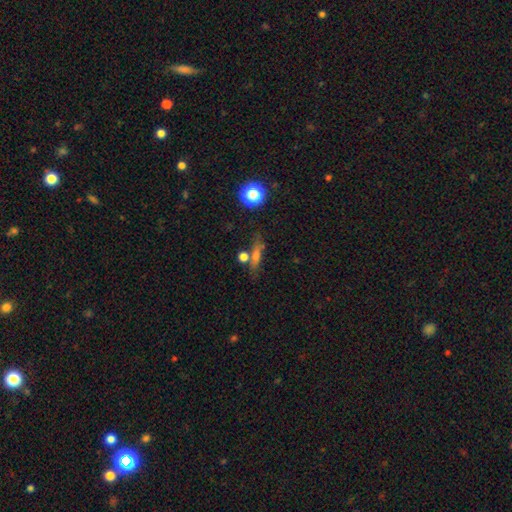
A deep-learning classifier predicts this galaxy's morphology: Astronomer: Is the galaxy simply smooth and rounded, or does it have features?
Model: smooth — 57%.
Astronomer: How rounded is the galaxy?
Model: cigar-shaped — 63%.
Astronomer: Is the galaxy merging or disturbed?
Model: none — 67%.